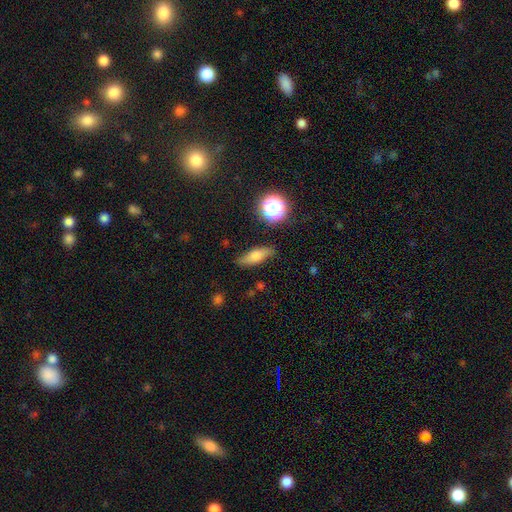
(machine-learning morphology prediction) Smooth or featured?
  - smooth: 66% *
  - featured or disk: 24%
  - star or artifact: 10%
How rounded?
  - in between: 54% *
  - cigar-shaped: 38%
  - round: 8%
Merging?
  - none: 80% *
  - minor disturbance: 15%
  - major disturbance: 4%
  - merger: 2%